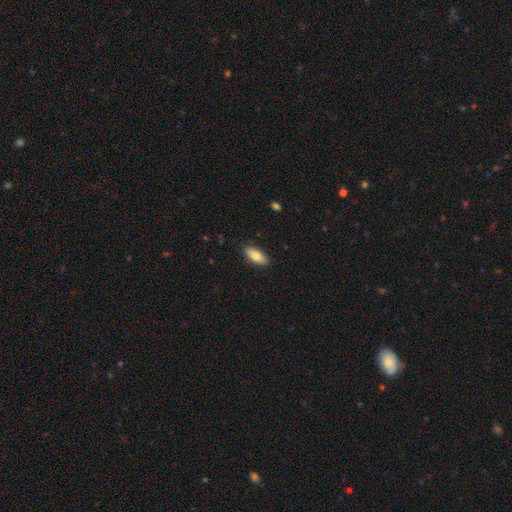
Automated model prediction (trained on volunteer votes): Smooth or featured? smooth (80%)
How rounded? in between (81%)
Merging? none (87%)